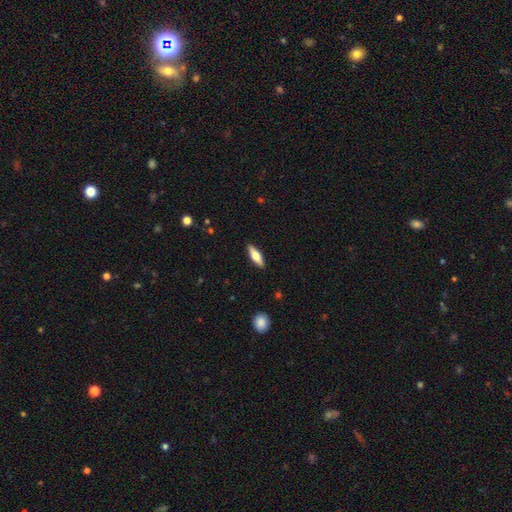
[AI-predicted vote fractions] Smooth or featured? Predicted: smooth (p=0.51). How rounded? Predicted: cigar-shaped (p=0.56). Merging? Predicted: none (p=0.90).